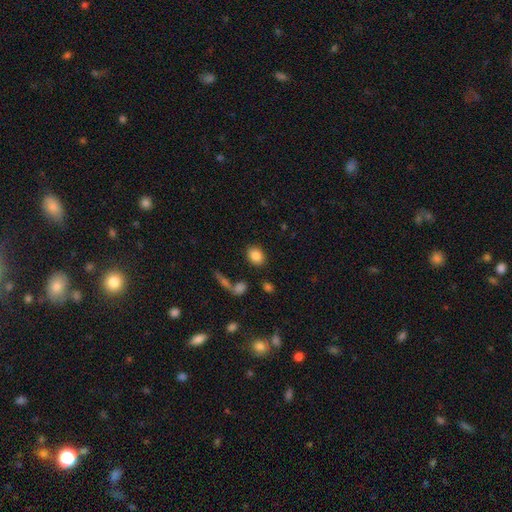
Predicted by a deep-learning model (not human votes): This appears to be a smooth galaxy with no disk features (85%) that is in between round and cigar-shaped (60%). Merging: none (83%).